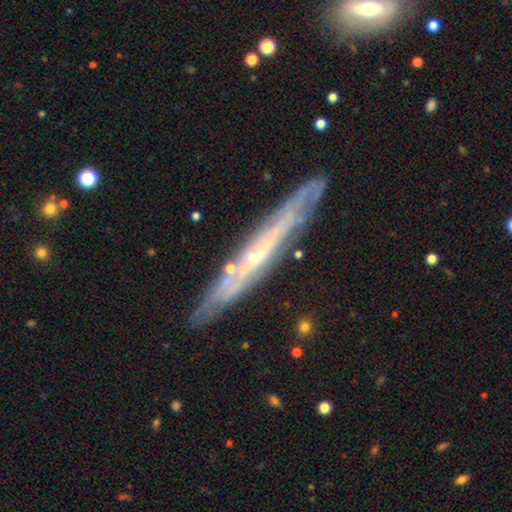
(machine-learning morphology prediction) Q: Smooth or featured?
A: featured or disk (74%); runner-up: smooth (19%)
Q: Edge-on disk?
A: yes (80%); runner-up: no (20%)
Q: Edge-on bulge?
A: none (61%); runner-up: rounded (35%)
Q: Merging?
A: none (81%); runner-up: minor disturbance (13%)